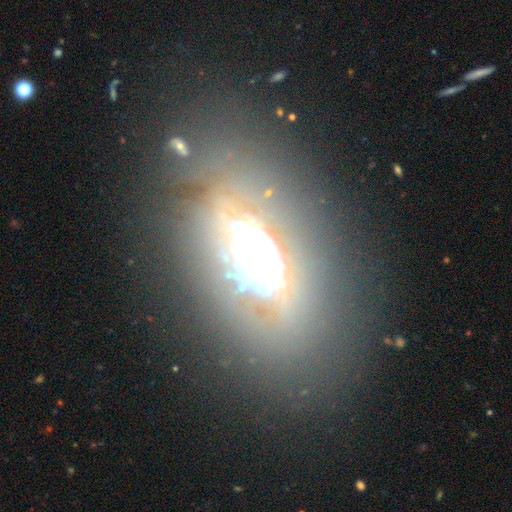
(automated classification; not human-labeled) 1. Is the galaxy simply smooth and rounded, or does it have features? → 71% featured or disk, 16% smooth, 13% star or artifact.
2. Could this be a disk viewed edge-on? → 80% no, 20% yes.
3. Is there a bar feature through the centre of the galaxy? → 73% no, 14% weak, 13% strong.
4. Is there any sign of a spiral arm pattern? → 57% no, 43% yes.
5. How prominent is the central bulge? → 49% large, 22% moderate, 20% dominant, 6% small, 3% none.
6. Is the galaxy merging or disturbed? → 66% none, 18% minor disturbance, 13% major disturbance, 3% merger.